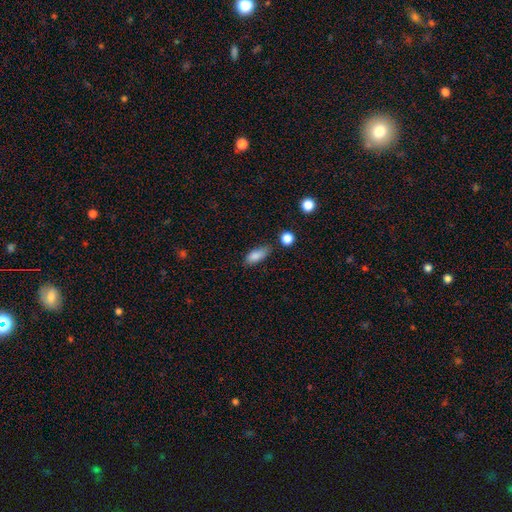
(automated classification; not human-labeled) The model was most divided on "merging": none: 69%, minor disturbance: 22%, major disturbance: 5%, merger: 4%. More confident: smooth or featured — smooth (85%); how rounded — in between (80%).